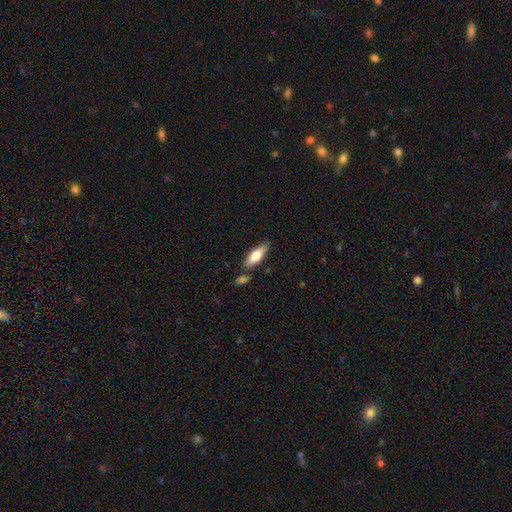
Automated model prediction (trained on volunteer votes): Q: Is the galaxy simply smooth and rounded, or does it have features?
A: smooth — 72%.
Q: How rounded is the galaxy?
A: in between — 62%.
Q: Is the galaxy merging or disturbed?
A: none — 73%.